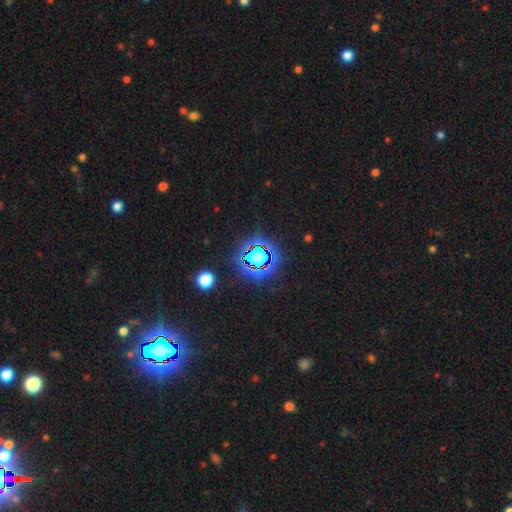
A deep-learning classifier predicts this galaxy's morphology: star or artifact 81%, smooth 12%, featured or disk 7%.